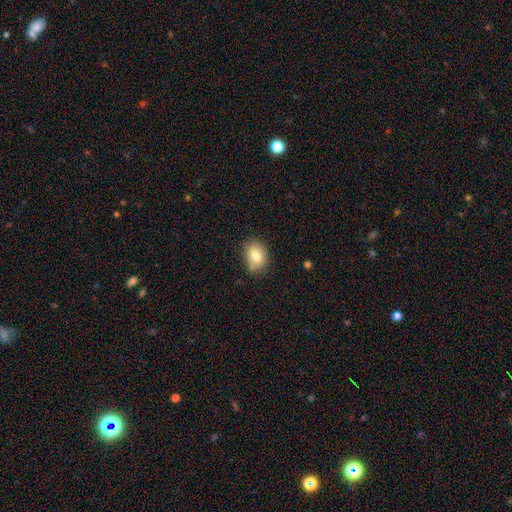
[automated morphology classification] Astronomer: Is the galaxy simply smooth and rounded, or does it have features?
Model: smooth — 78%.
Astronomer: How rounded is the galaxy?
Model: in between — 64%.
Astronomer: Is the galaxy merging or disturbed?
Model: none — 68%.